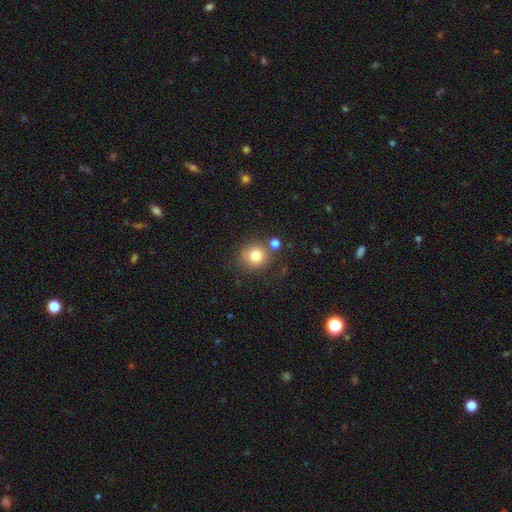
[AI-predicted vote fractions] Smooth or featured: smooth — 80% (star or artifact — 11%)
How rounded: round — 89% (in between — 10%)
Merging: none — 72% (minor disturbance — 12%)